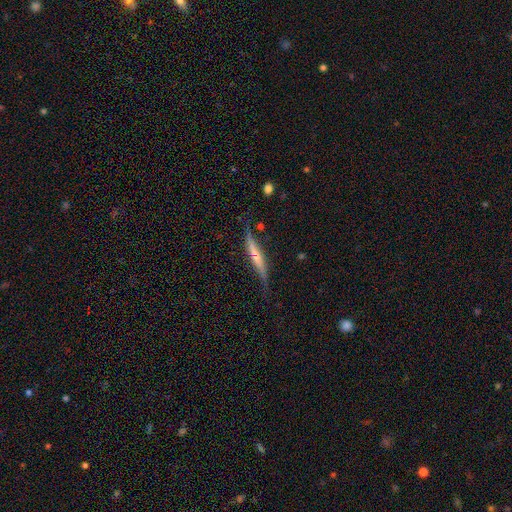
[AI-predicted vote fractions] A featured or disk galaxy (52%) viewed edge-on (87%). Merging: none (63%).